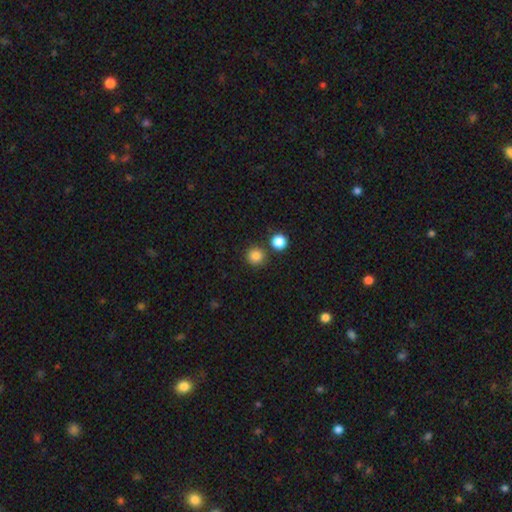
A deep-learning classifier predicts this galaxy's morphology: Smooth or featured? Predicted: smooth (p=0.85). How rounded? Predicted: round (p=0.94). Merging? Predicted: none (p=0.84).